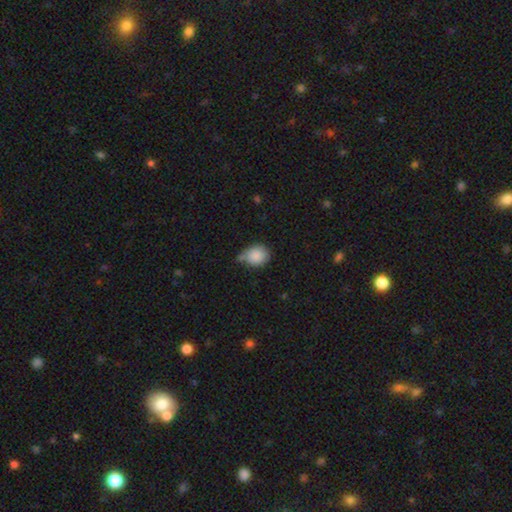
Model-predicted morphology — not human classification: smooth 86%, star or artifact 8%, featured or disk 6%. Down the decision tree: how rounded — round (57%); merging — none (50%).